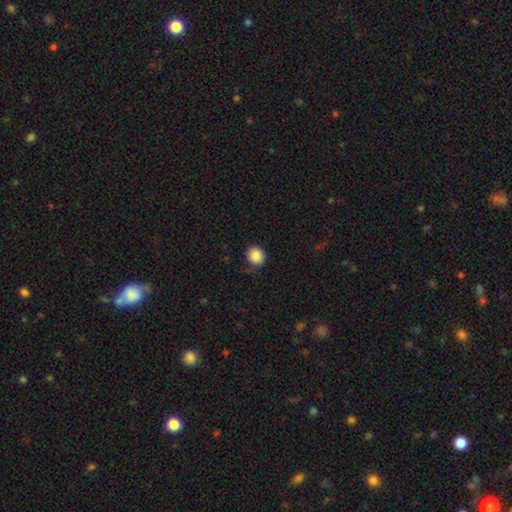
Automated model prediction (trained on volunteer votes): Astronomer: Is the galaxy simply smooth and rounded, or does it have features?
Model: smooth — 87%.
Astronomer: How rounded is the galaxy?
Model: round — 86%.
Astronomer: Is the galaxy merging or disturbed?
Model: none — 82%.